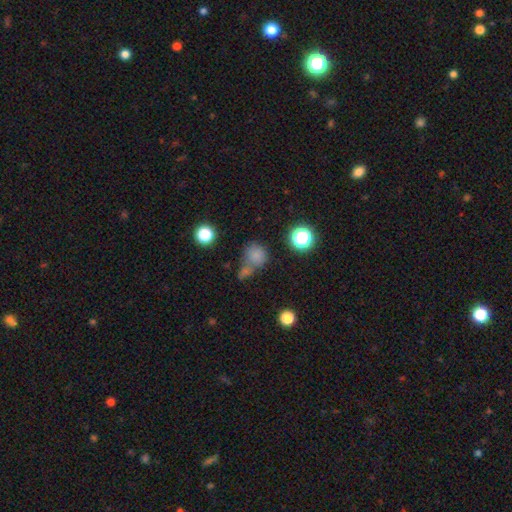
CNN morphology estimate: Smooth or featured?
  - smooth: 72% *
  - star or artifact: 18%
  - featured or disk: 9%
How rounded?
  - round: 82% *
  - in between: 17%
  - cigar-shaped: 1%
Merging?
  - none: 42% *
  - merger: 40%
  - minor disturbance: 11%
  - major disturbance: 7%